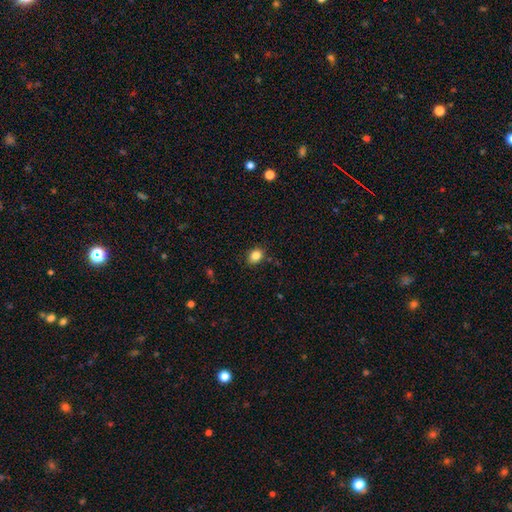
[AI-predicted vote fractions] A smooth galaxy with no disk features (85%) that is in between round and cigar-shaped (56%).

Vote fractions:
- Smooth or featured? smooth: 85% / star or artifact: 10% / featured or disk: 5%
- How rounded? in between: 56% / round: 43% / cigar-shaped: 1%
- Merging? none: 84% / minor disturbance: 11% / major disturbance: 3% / merger: 2%